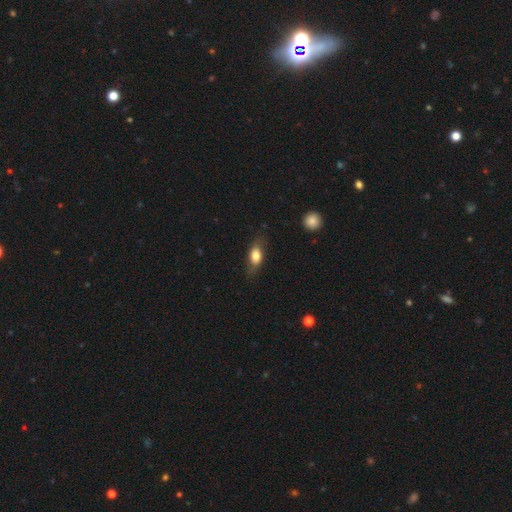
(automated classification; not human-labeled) This is likely a smooth galaxy (73%). How rounded: likely in between (79%). Merging: likely none (72%).